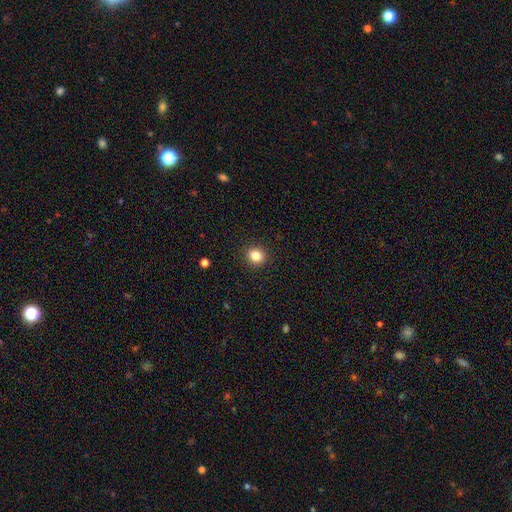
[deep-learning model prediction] Q: Smooth or featured?
A: smooth (83%); runner-up: star or artifact (11%)
Q: How rounded?
A: round (83%); runner-up: in between (16%)
Q: Merging?
A: none (92%); runner-up: minor disturbance (5%)